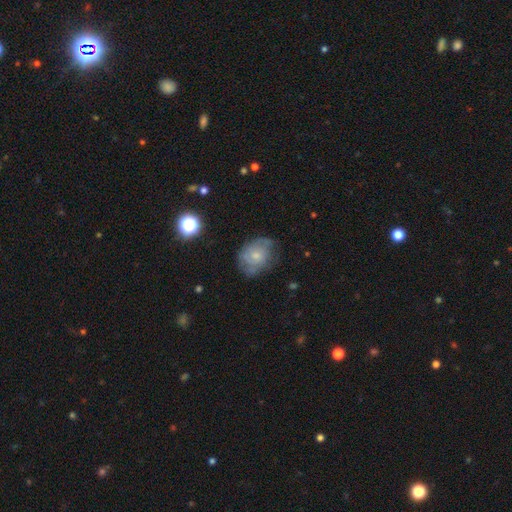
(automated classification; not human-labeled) The model was most divided on "smooth or featured": featured or disk: 54%, smooth: 37%, star or artifact: 9%. More confident: edge-on disk — no (97%); bar — no (80%); spiral arms — yes (73%); merging — none (59%); bulge size — small (54%).